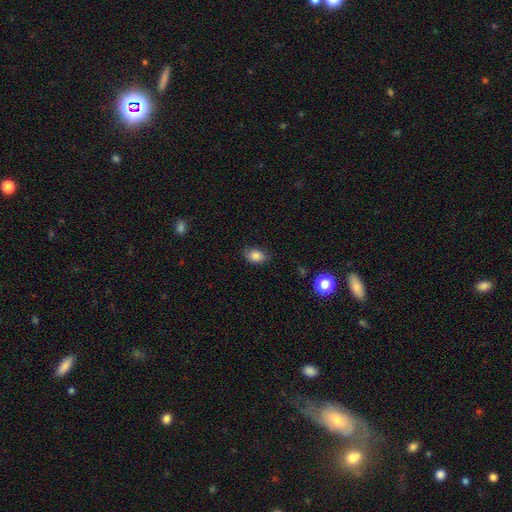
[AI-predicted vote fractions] Smooth or featured: smooth — 84% (star or artifact — 10%)
How rounded: in between — 81% (round — 18%)
Merging: none — 79% (minor disturbance — 17%)